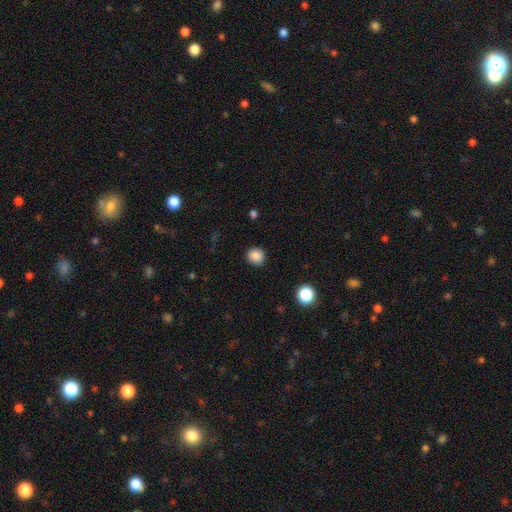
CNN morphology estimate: A smooth galaxy with no disk features (86%) that is round (86%). Merging: none (89%).